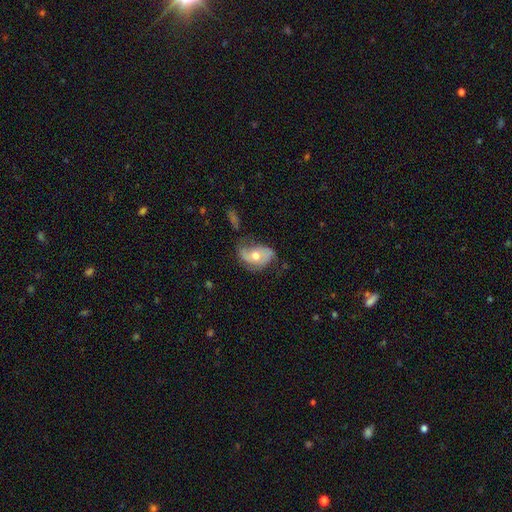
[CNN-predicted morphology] featured or disk 61%, smooth 32%, star or artifact 7%. Down the decision tree: edge-on disk — no (95%); bar — no (69%); spiral arms — yes (78%); bulge size — moderate (74%); merging — none (42%).